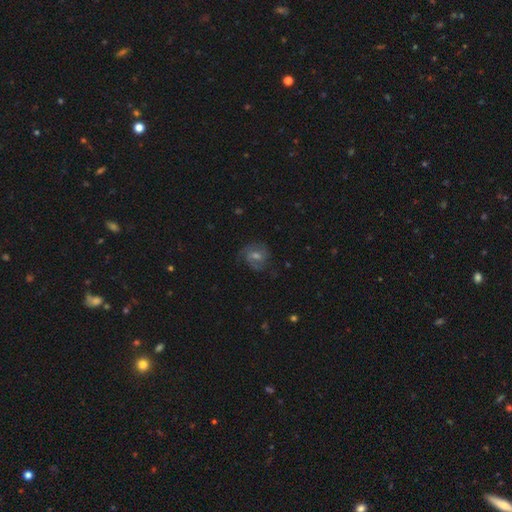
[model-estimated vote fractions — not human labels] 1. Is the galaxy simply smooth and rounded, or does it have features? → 63% featured or disk, 22% smooth, 15% star or artifact.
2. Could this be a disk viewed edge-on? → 97% no, 3% yes.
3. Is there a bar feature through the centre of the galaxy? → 46% weak, 41% no, 12% strong.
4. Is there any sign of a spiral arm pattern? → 89% yes, 11% no.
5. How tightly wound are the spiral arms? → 44% medium, 42% tight, 14% loose.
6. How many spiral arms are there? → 53% 2, 25% can't tell, 11% 3, 5% 1, 3% 4, 3% more than 4.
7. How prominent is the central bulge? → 55% moderate, 32% small, 6% large, 4% none, 1% dominant.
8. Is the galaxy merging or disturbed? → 74% none, 16% minor disturbance, 8% major disturbance, 1% merger.